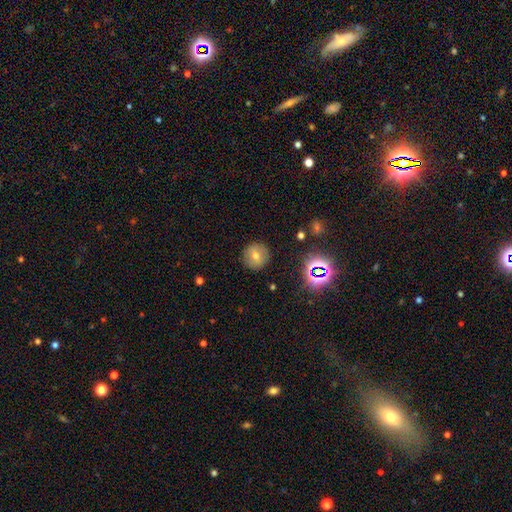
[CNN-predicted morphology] Overall: smooth (58%; featured or disk 23%). How rounded: round (93%). Merging: none (89%).